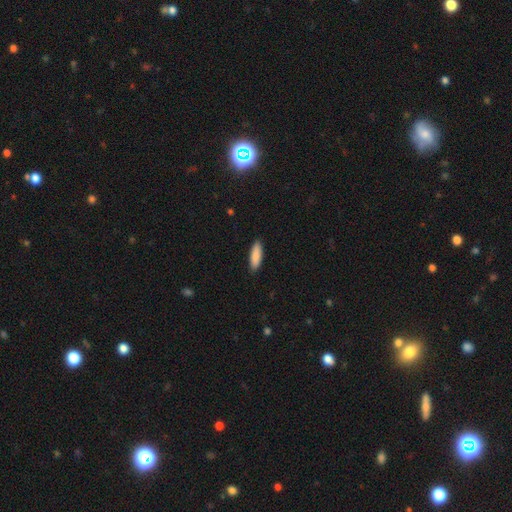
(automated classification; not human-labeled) Smooth or featured? smooth (88%)
How rounded? cigar-shaped (49%, tied with in between)
Merging? none (89%)